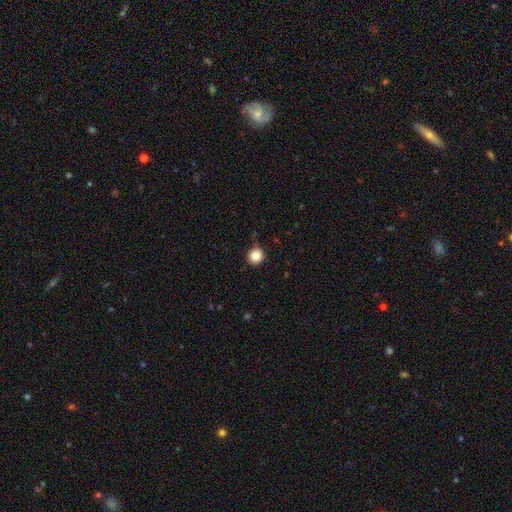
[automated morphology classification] Smooth or featured? Predicted: smooth (p=0.85). How rounded? Predicted: round (p=0.95). Merging? Predicted: none (p=0.89).